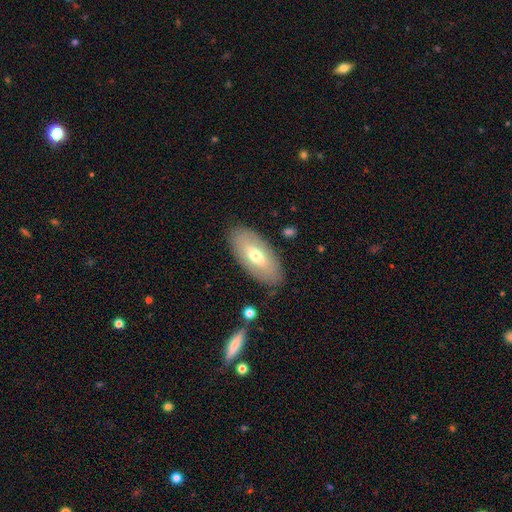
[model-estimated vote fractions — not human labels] This is possibly a smooth galaxy (54%). How rounded: clearly in between (89%). Merging: clearly none (84%).